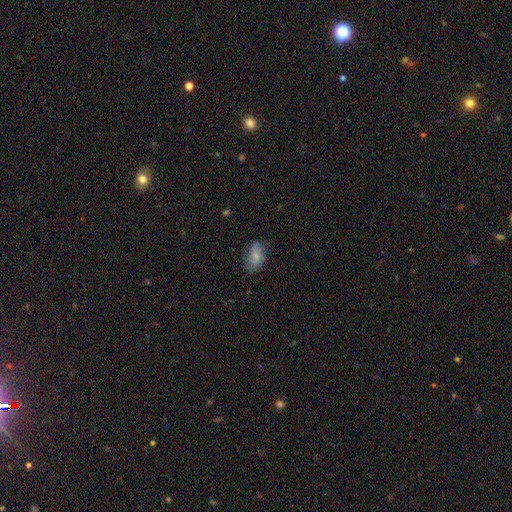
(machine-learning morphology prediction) This appears to be a smooth galaxy with no disk features (73%) that is in between round and cigar-shaped (90%). Merging: none (70%).